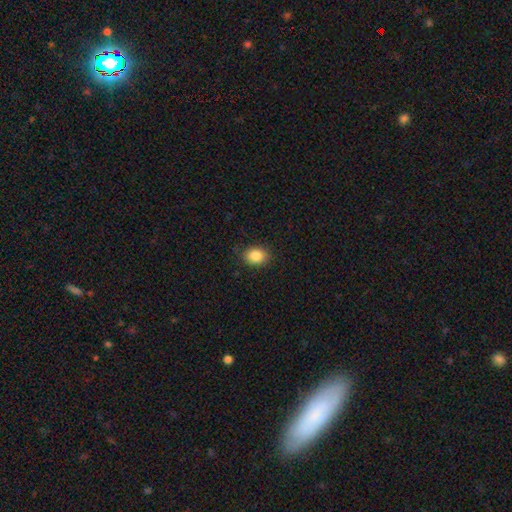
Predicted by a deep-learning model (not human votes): A smooth galaxy with no disk features (86%) that is in between round and cigar-shaped (64%). Merging: none (83%).